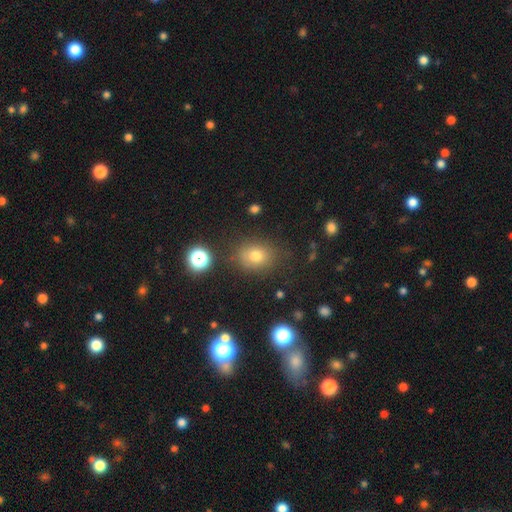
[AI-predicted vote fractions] Smooth or featured: smooth — 69% (star or artifact — 21%)
How rounded: round — 60% (in between — 39%)
Merging: none — 82% (minor disturbance — 11%)